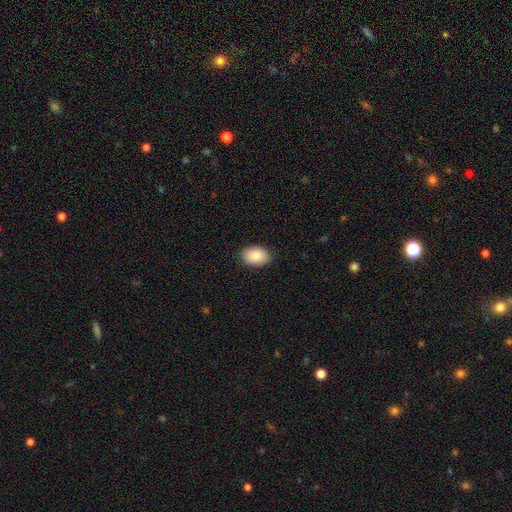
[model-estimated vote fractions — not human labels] smooth 87%, star or artifact 7%, featured or disk 6%. Down the decision tree: how rounded — in between (85%); merging — none (88%).